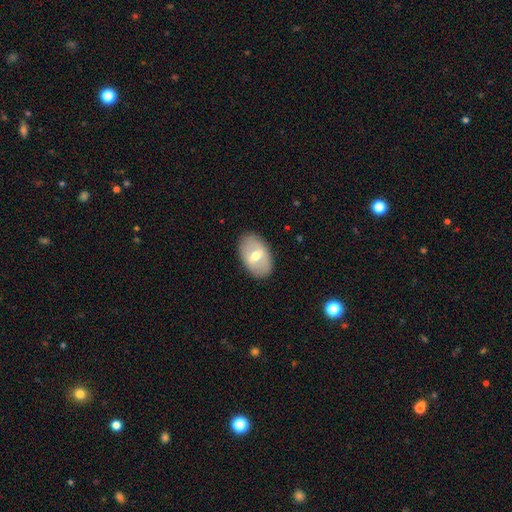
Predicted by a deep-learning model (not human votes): smooth_or_featured: smooth (p=0.48) [alt: featured or disk p=0.45]
merging: none (p=0.86) [alt: minor disturbance p=0.10]